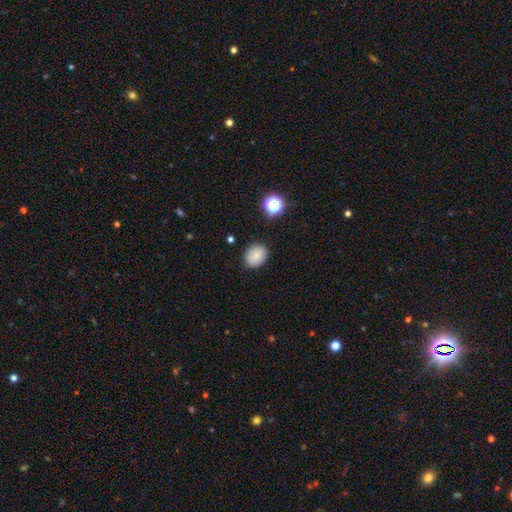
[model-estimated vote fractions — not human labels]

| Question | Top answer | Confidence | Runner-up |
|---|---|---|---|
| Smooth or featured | smooth | 84% | star or artifact (10%) |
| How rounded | in between | 52% | round (47%) |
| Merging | none | 87% | minor disturbance (9%) |